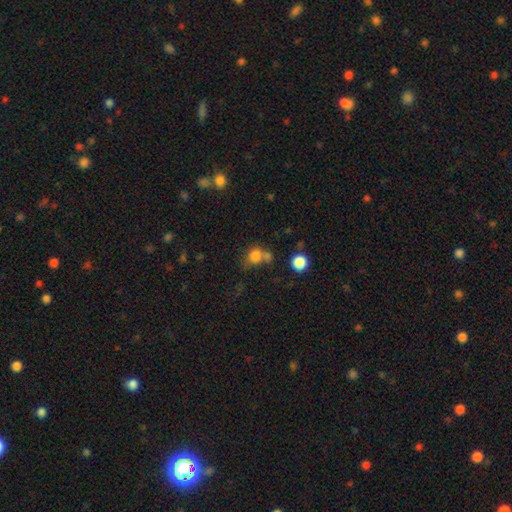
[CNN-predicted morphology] This appears to be a smooth galaxy with no disk features (79%) that is round (72%). Merging: none (44%).